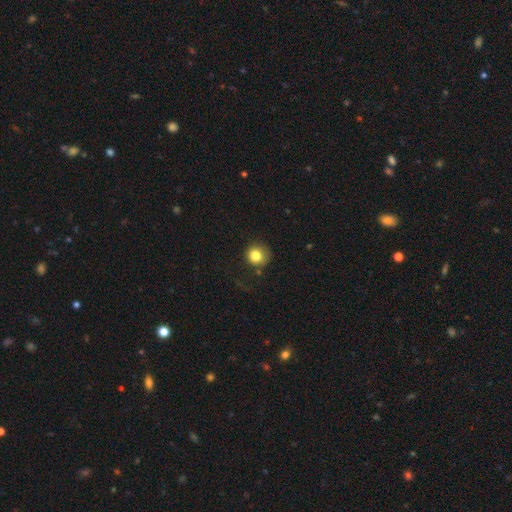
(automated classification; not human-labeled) Morphology: type=smooth (82%); roundness=round (87%); merging=none (66%).